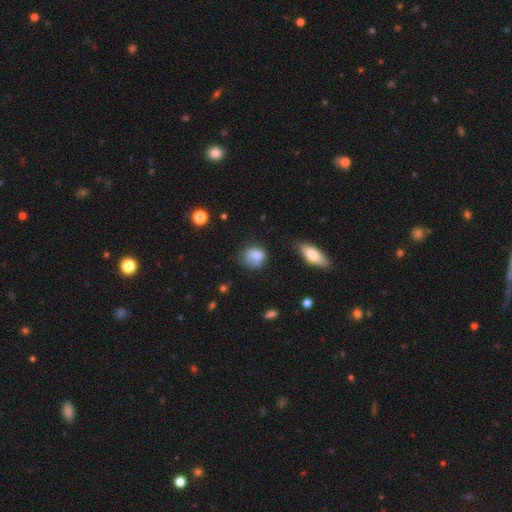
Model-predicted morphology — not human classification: Overall: smooth (76%). How rounded: round (60%; in between 39%). Merging: none (51%; minor disturbance 28%).